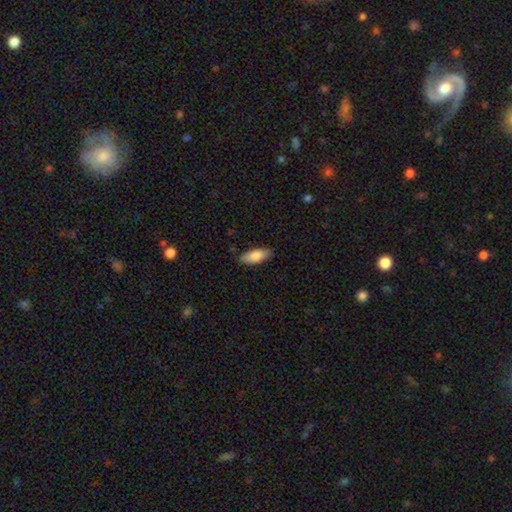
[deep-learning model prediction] This appears to be a smooth galaxy with no disk features (82%) that is in between round and cigar-shaped (78%). Merging: none (85%).